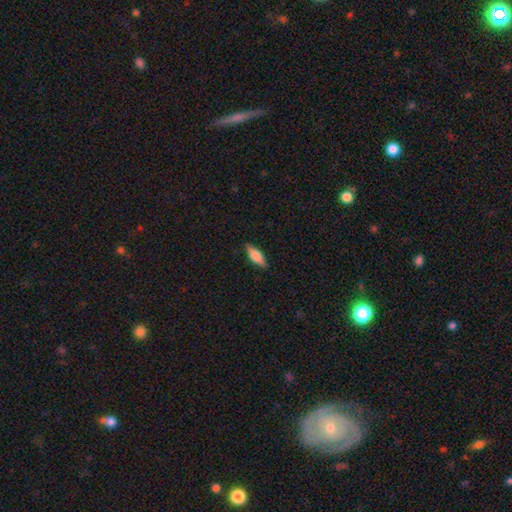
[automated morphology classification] smooth 70%, featured or disk 24%, star or artifact 6%. Down the decision tree: how rounded — in between (59%); merging — none (88%).